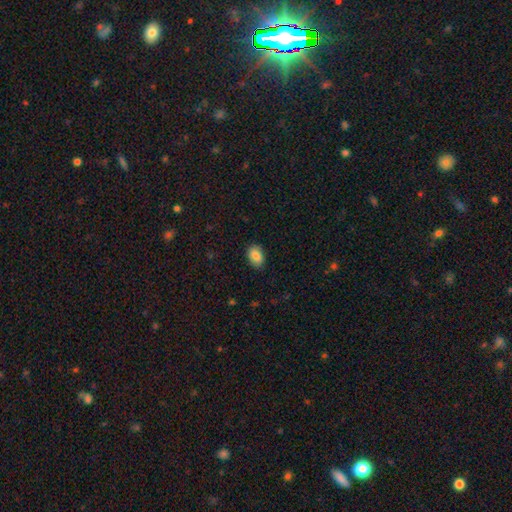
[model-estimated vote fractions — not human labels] smooth 85%, star or artifact 7%, featured or disk 7%. Down the decision tree: how rounded — in between (86%); merging — none (87%).